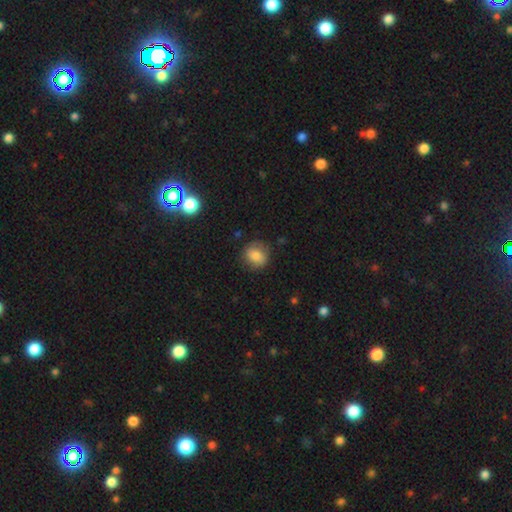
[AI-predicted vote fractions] Overall: smooth (80%). How rounded: round (76%). Merging: none (79%).